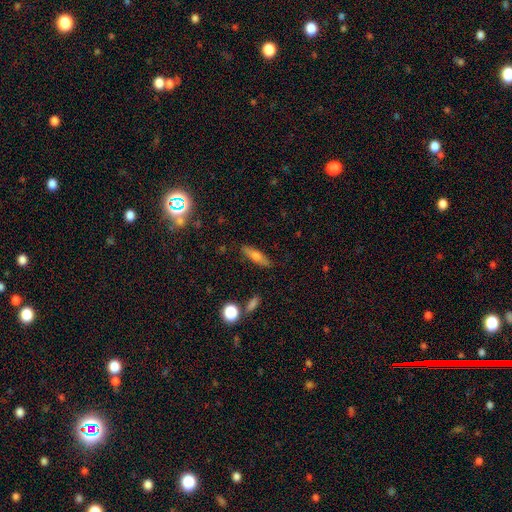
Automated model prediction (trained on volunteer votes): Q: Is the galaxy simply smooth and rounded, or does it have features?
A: smooth — 62%.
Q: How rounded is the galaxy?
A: cigar-shaped — 61%.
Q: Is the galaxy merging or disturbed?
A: none — 85%.